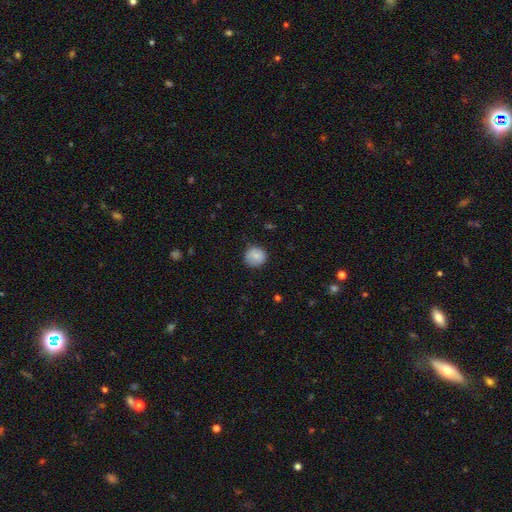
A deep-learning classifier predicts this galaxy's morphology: A smooth galaxy with no disk features (83%) that is round (89%). Merging: none (82%).